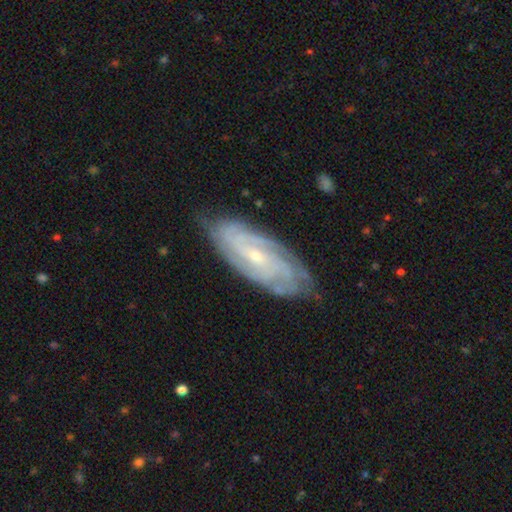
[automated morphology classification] Smooth or featured?
  - featured or disk: 86% *
  - smooth: 8%
  - star or artifact: 6%
Edge-on disk?
  - no: 92% *
  - yes: 8%
Bar?
  - no: 54% *
  - weak: 35%
  - strong: 11%
Spiral arms?
  - yes: 97% *
  - no: 3%
Spiral winding?
  - tight: 71% *
  - medium: 24%
  - loose: 4%
Spiral arm count?
  - can't tell: 27% *
  - 3: 21%
  - 4: 20%
  - 2: 19%
  - more than 4: 7%
  - 1: 6%
Bulge size?
  - small: 72% *
  - moderate: 25%
  - none: 1%
  - large: 1%
  - dominant: 1%
Merging?
  - none: 79% *
  - minor disturbance: 17%
  - major disturbance: 3%
  - merger: 1%